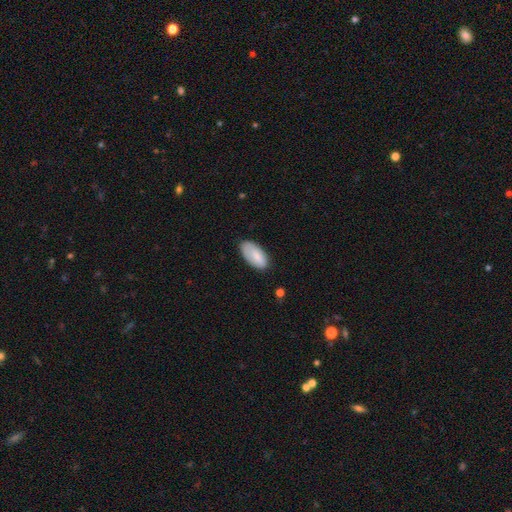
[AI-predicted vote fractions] Smooth or featured? smooth (80%)
How rounded? in between (93%)
Merging? none (72%)